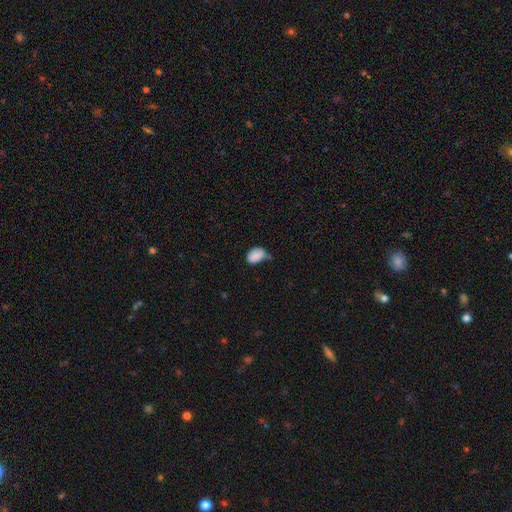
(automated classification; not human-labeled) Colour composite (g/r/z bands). It shows a smooth galaxy with no disk features (85%) that is in between round and cigar-shaped (82%). Merging: minor disturbance (41%, tied with none).